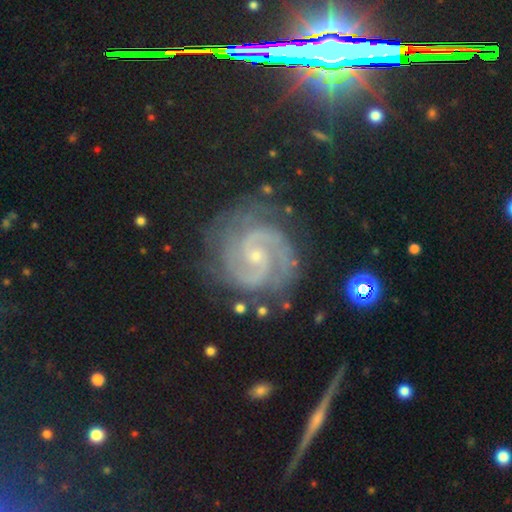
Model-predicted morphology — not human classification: Smooth or featured?
  - featured or disk: 92% *
  - star or artifact: 5%
  - smooth: 3%
Edge-on disk?
  - no: 98% *
  - yes: 2%
Bar?
  - no: 55% *
  - weak: 36%
  - strong: 10%
Spiral arms?
  - yes: 99% *
  - no: 1%
Spiral winding?
  - tight: 48% *
  - medium: 46%
  - loose: 6%
Spiral arm count?
  - 2: 86% *
  - 3: 6%
  - can't tell: 3%
  - 4: 2%
  - 1: 2%
  - more than 4: 2%
Bulge size?
  - small: 76% *
  - moderate: 19%
  - none: 2%
  - large: 1%
  - dominant: 1%
Merging?
  - none: 77% *
  - minor disturbance: 16%
  - major disturbance: 6%
  - merger: 2%